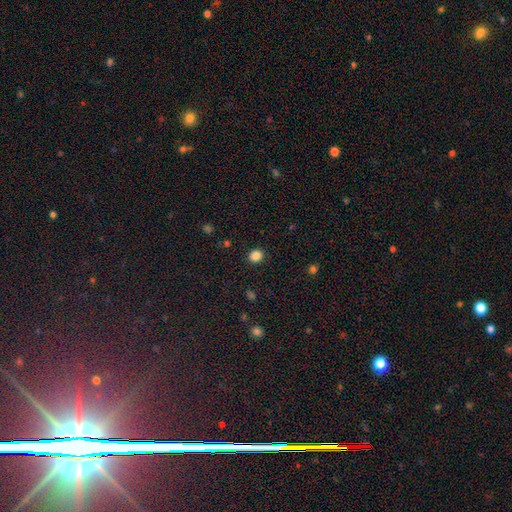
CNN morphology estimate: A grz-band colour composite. It shows a smooth galaxy with no disk features (86%) that is round (78%). Merging: none (91%).